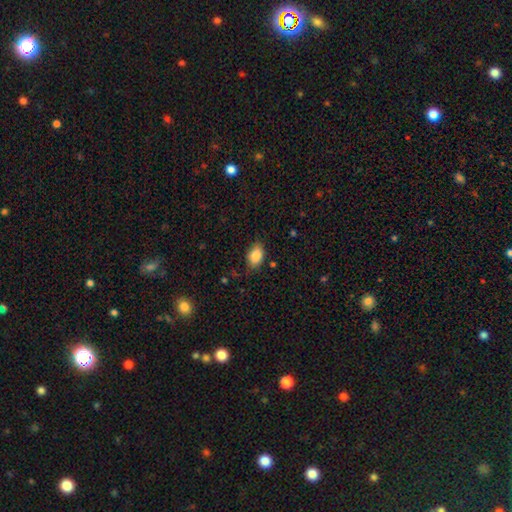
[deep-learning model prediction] This is clearly a smooth galaxy (85%). How rounded: clearly in between (84%). Merging: likely none (72%).